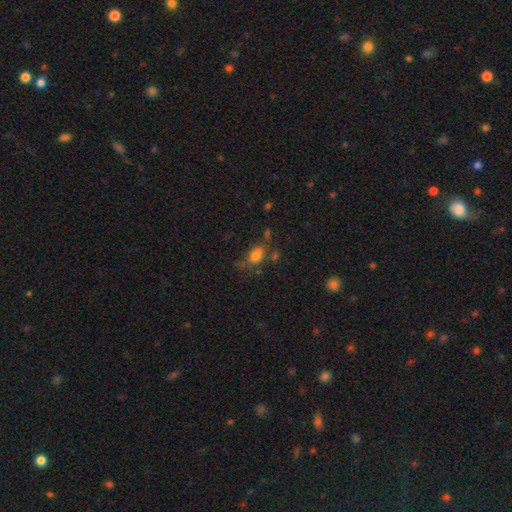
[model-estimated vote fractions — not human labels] smooth 72%, star or artifact 15%, featured or disk 13%. Down the decision tree: how rounded — in between (61%); merging — none (47%).